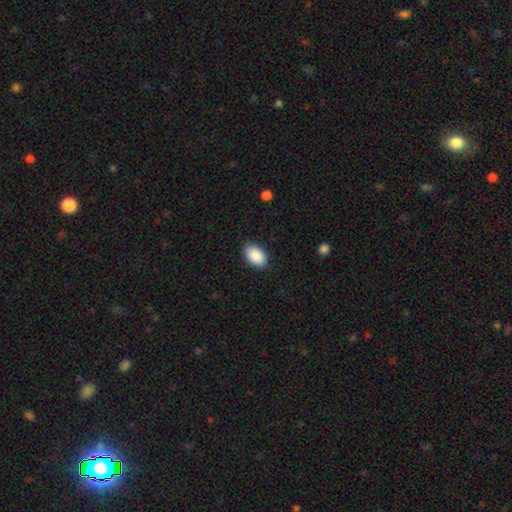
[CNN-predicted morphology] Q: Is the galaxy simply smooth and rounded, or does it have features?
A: smooth — 90%.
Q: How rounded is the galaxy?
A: in between — 92%.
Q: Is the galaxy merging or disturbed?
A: none — 84%.